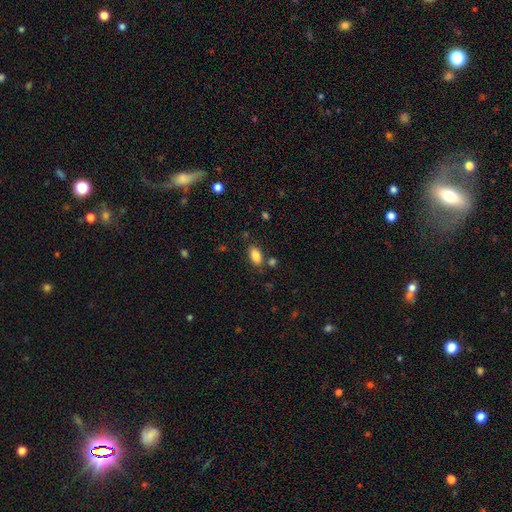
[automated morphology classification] This appears to be a smooth galaxy with no disk features (86%) that is in between round and cigar-shaped (91%). Merging: none (79%).